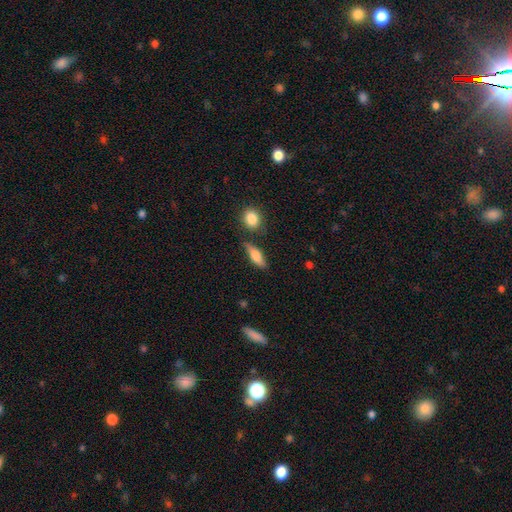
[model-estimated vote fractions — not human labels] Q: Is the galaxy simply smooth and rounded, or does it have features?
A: smooth — 74%.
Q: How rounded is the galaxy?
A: in between — 57%.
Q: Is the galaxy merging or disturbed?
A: none — 70%.